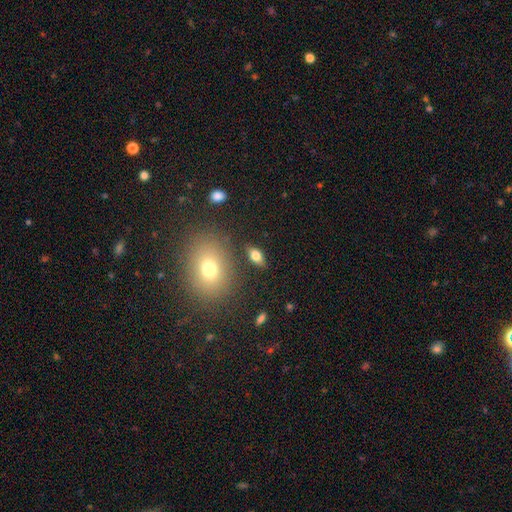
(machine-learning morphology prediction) smooth_or_featured: smooth (p=0.74) [alt: featured or disk p=0.16]
how_rounded: in between (p=0.85) [alt: round p=0.07]
merging: none (p=0.83) [alt: minor disturbance p=0.10]